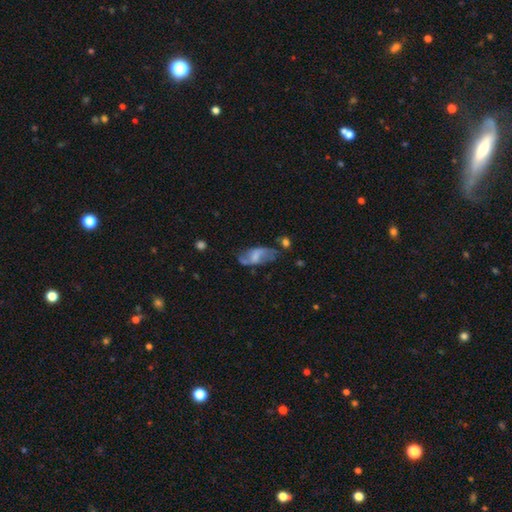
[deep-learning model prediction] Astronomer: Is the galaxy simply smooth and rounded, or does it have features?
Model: featured or disk — 47% (runner-up: smooth, 44%).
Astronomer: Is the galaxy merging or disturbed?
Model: none — 47% (runner-up: minor disturbance, 27%).